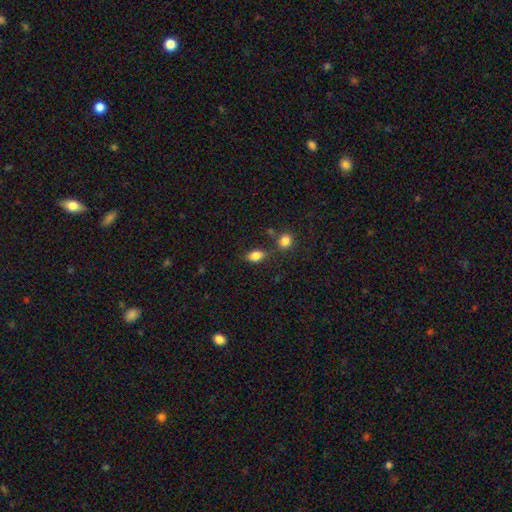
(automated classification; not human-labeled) Smooth or featured? Predicted: smooth (p=0.84). How rounded? Predicted: in between (p=0.85). Merging? Predicted: none (p=0.71).